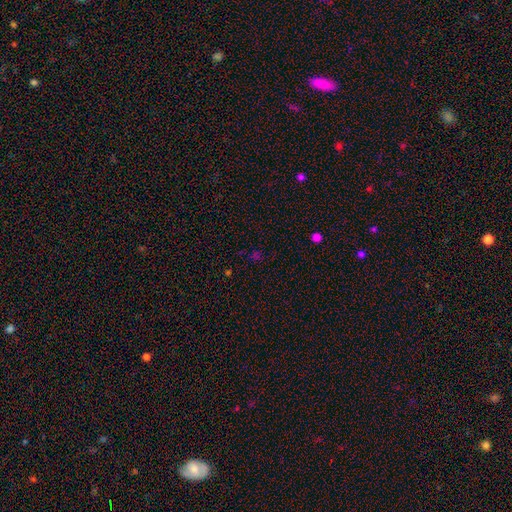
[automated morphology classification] Smooth or featured: star or artifact — 51% (smooth — 42%)